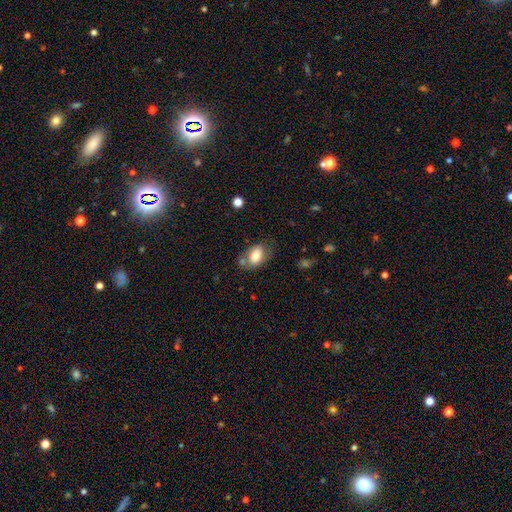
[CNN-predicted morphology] Q: Smooth or featured?
A: smooth (73%); runner-up: featured or disk (20%)
Q: How rounded?
A: in between (87%); runner-up: round (11%)
Q: Merging?
A: none (53%); runner-up: minor disturbance (22%)